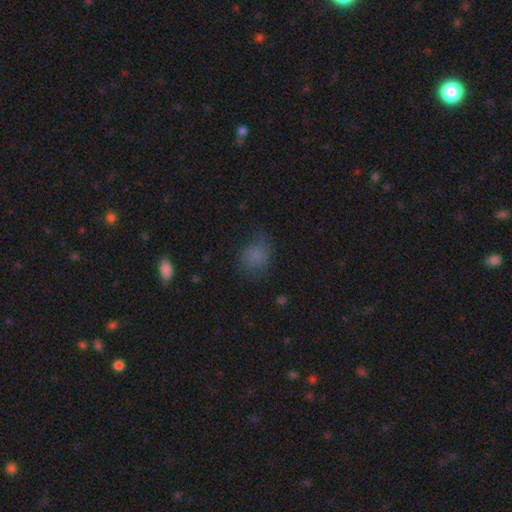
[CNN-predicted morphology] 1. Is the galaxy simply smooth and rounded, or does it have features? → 76% smooth, 13% star or artifact, 10% featured or disk.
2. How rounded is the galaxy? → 62% round, 37% in between, 1% cigar-shaped.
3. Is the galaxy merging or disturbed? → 59% none, 26% minor disturbance, 13% major disturbance, 2% merger.